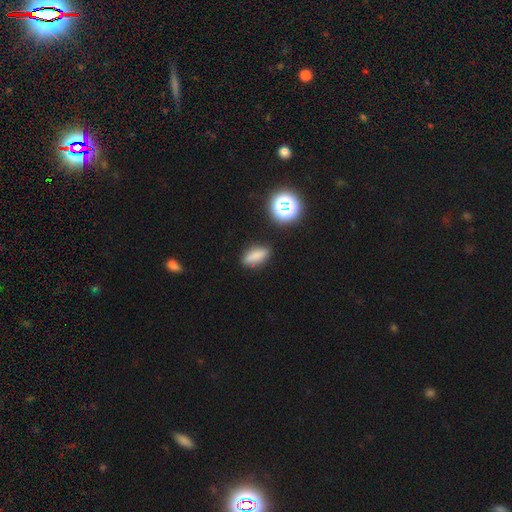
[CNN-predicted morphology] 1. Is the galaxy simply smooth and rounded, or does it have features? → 79% smooth, 12% star or artifact, 9% featured or disk.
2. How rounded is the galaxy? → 63% in between, 31% cigar-shaped, 6% round.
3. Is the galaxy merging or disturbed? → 85% none, 11% minor disturbance, 3% major disturbance, 2% merger.